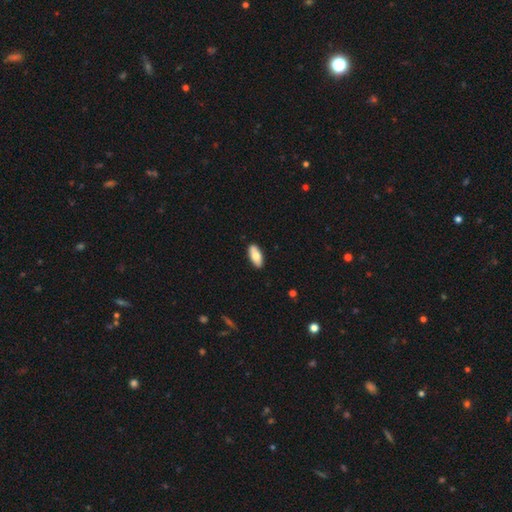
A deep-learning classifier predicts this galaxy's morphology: Overall: smooth (72%). How rounded: in between (85%). Merging: none (88%).